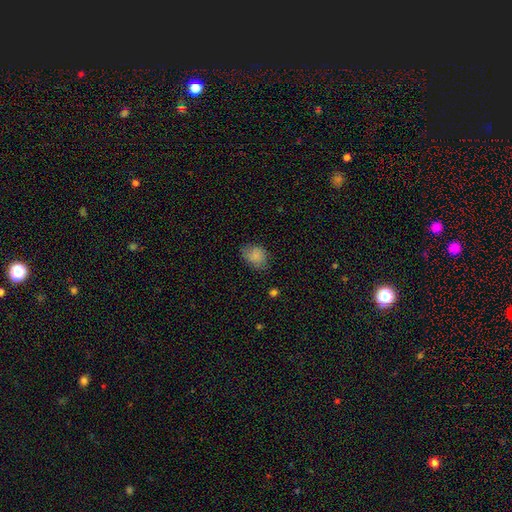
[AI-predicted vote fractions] Smooth or featured: smooth — 82% (star or artifact — 9%)
How rounded: in between — 68% (round — 31%)
Merging: none — 68% (minor disturbance — 25%)